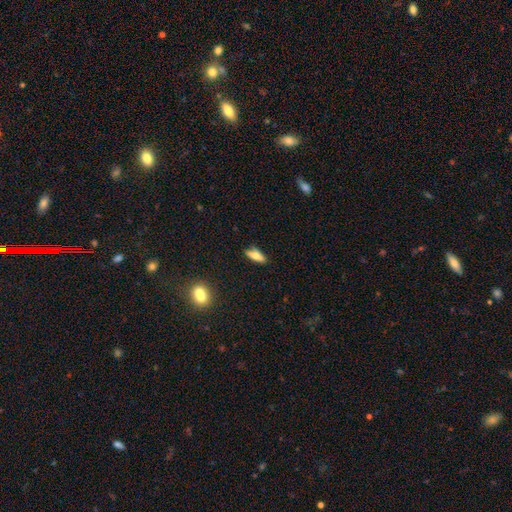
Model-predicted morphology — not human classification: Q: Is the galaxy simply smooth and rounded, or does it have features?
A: smooth — 70%.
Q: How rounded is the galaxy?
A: in between — 57%.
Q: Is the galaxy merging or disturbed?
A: none — 81%.